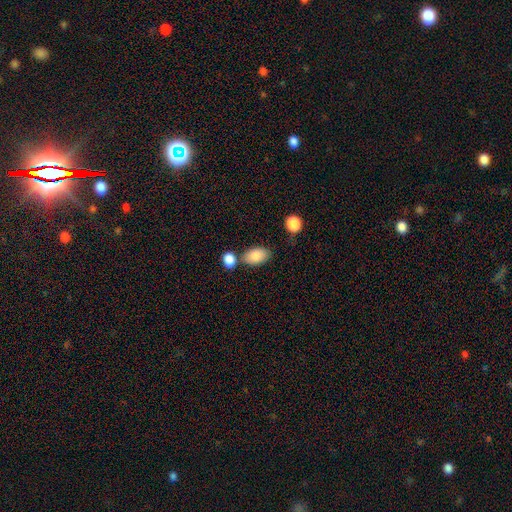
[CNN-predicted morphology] smooth-or-featured: smooth: 85% | featured or disk: 8% | star or artifact: 7%
  how-rounded: in between: 92% | round: 6% | cigar-shaped: 2%
  merging: none: 67% | merger: 16% | minor disturbance: 14% | major disturbance: 3%